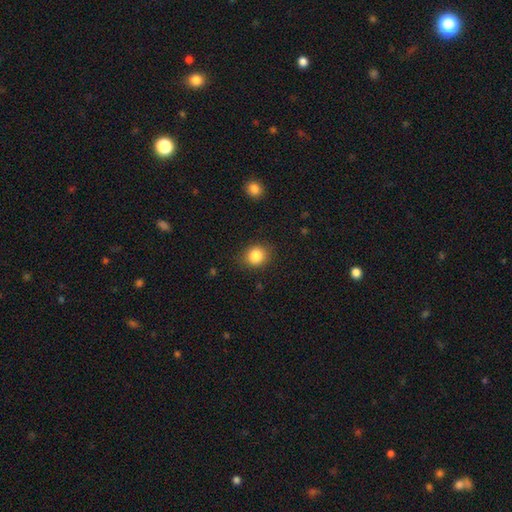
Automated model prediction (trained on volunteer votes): Overall: smooth (85%). How rounded: round (73%). Merging: none (85%).